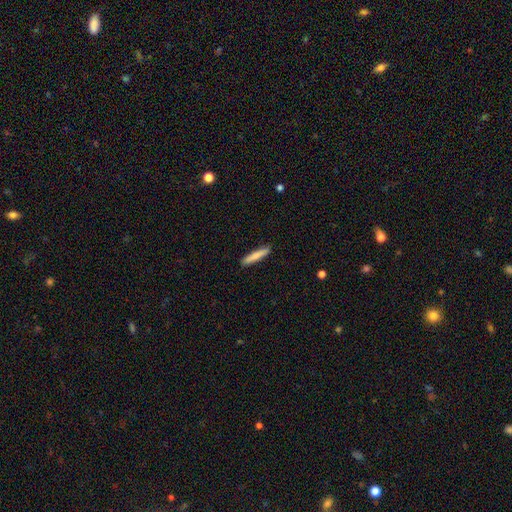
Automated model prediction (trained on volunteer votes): This appears to be a smooth galaxy with no disk features (77%) that is cigar-shaped (93%). Merging: none (91%).